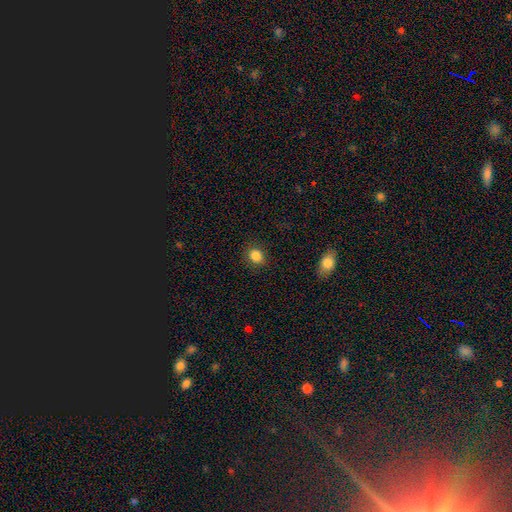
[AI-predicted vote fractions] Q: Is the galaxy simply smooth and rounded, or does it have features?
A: smooth — 85%.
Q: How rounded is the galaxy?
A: round — 68%.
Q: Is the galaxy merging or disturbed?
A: none — 87%.